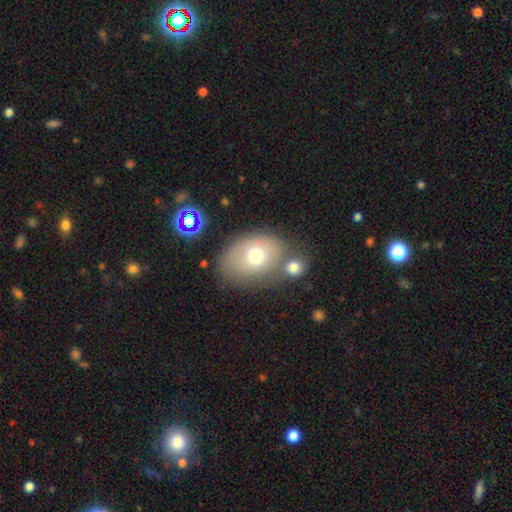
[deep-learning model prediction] smooth_or_featured: smooth (p=0.69) [alt: featured or disk p=0.21]
how_rounded: in between (p=0.67) [alt: round p=0.31]
merging: none (p=0.53) [alt: merger p=0.24]